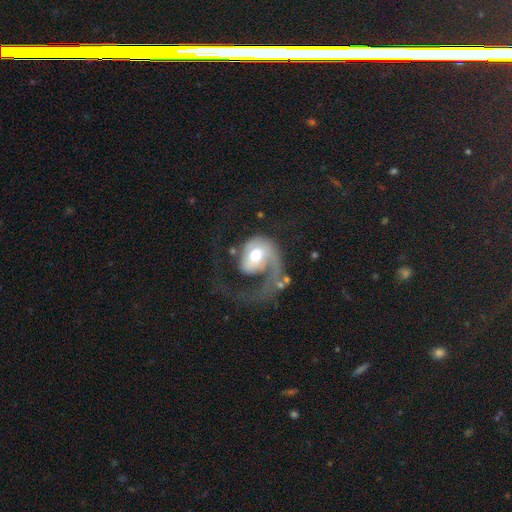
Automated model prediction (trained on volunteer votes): This is likely a featured or disk galaxy (68%). It is clearly not viewed edge-on (97%). Bar: likely no (68%). Spiral arm pattern: clearly yes (82%). Spiral arm count: clearly 1 (83%). Spiral winding: likely loose (60%). Central bulge: likely moderate (70%). Merging: possibly major disturbance (59%).